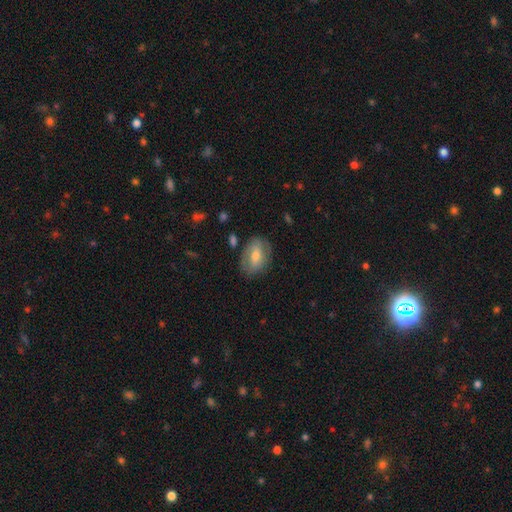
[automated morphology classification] Smooth or featured?
  - smooth: 51% *
  - featured or disk: 42%
  - star or artifact: 8%
How rounded?
  - in between: 79% *
  - round: 19%
  - cigar-shaped: 2%
Merging?
  - none: 75% *
  - minor disturbance: 17%
  - major disturbance: 5%
  - merger: 2%